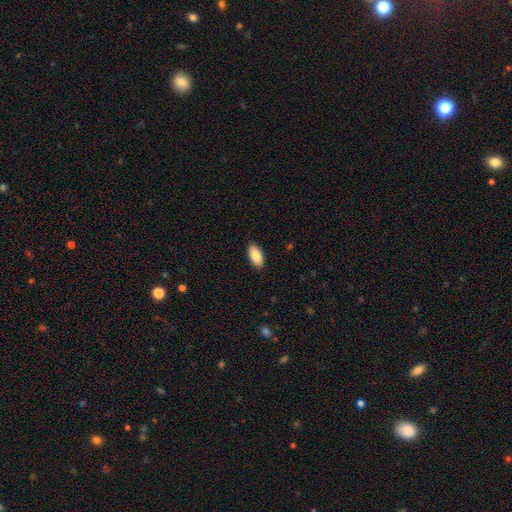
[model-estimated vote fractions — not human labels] Morphology: type=smooth (86%); roundness=in between (90%); merging=none (90%).